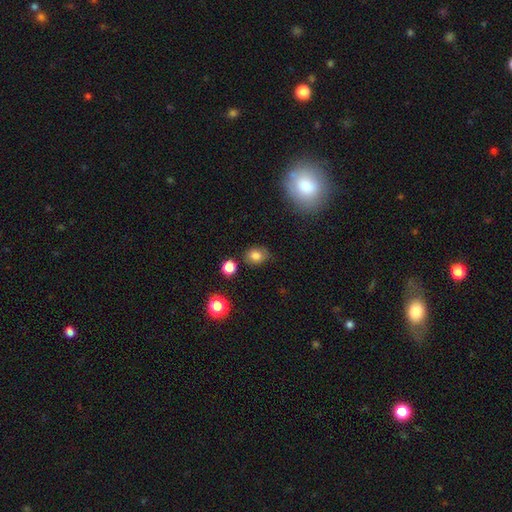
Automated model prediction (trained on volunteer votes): The model was most divided on "how rounded": round: 57%, in between: 42%, cigar-shaped: 1%. More confident: smooth or featured — smooth (80%); merging — none (74%).